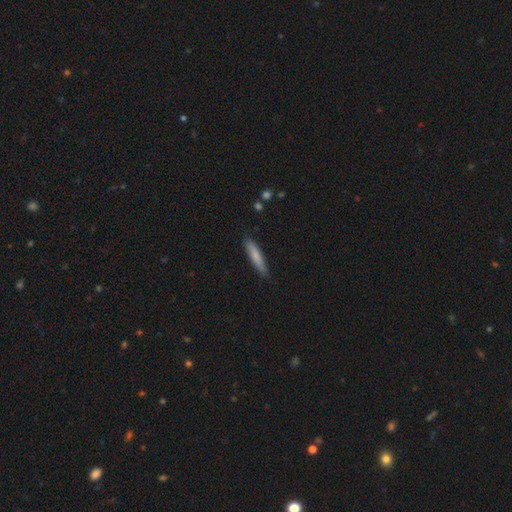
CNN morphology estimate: Smooth or featured? Predicted: smooth (p=0.77). How rounded? Predicted: cigar-shaped (p=0.90). Merging? Predicted: none (p=0.86).